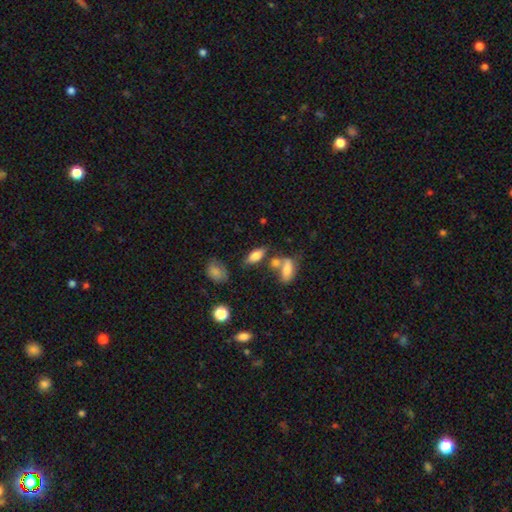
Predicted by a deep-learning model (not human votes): Overall: smooth (73%). How rounded: in between (76%). Merging: none (59%; merger 21%).